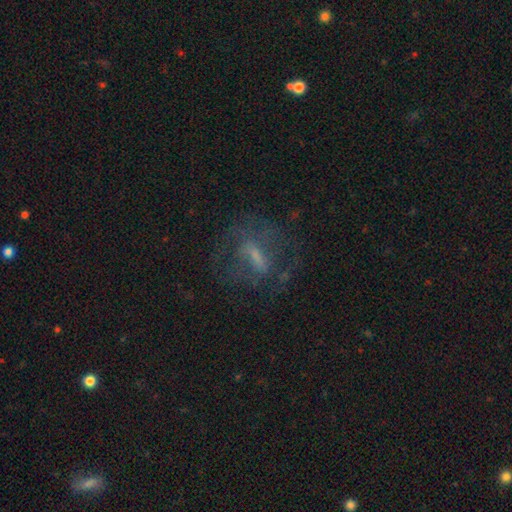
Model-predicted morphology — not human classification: featured or disk 58%, smooth 28%, star or artifact 14%. Down the decision tree: edge-on disk — no (88%); bar — weak (39%); spiral arms — yes (52%); bulge size — small (41%); merging — none (59%).